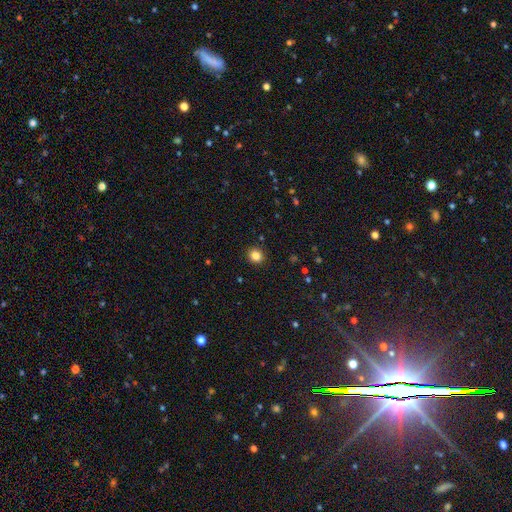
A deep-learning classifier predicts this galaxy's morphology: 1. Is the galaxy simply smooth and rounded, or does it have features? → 85% smooth, 12% star or artifact, 4% featured or disk.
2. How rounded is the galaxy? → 85% round, 14% in between, 1% cigar-shaped.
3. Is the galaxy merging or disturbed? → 91% none, 6% minor disturbance, 2% major disturbance, 1% merger.